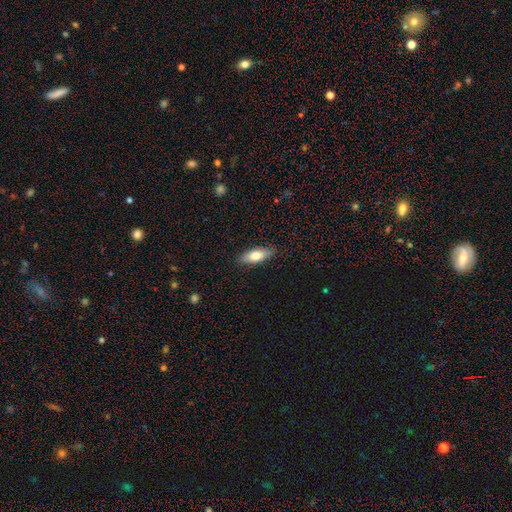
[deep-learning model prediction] A smooth galaxy with no disk features (73%) that is in between round and cigar-shaped (72%).

Vote fractions:
- Smooth or featured? smooth: 73% / featured or disk: 21% / star or artifact: 7%
- How rounded? in between: 72% / cigar-shaped: 25% / round: 3%
- Merging? none: 86% / minor disturbance: 10% / major disturbance: 2% / merger: 1%